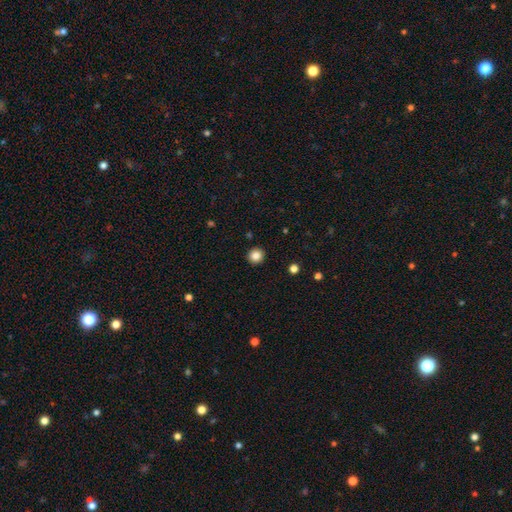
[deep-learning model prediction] smooth-or-featured: smooth: 84% | star or artifact: 11% | featured or disk: 5%
  how-rounded: round: 93% | in between: 6% | cigar-shaped: 1%
  merging: none: 93% | minor disturbance: 5% | major disturbance: 2% | merger: 1%